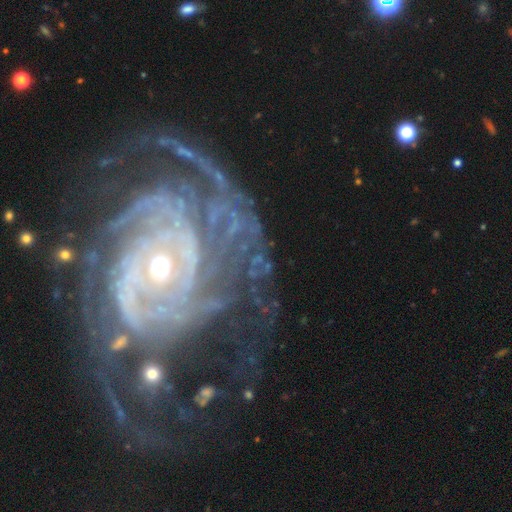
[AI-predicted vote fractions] This is clearly a featured or disk galaxy (90%). It is clearly not viewed edge-on (97%). Bar: likely no (67%). Spiral arm pattern: clearly yes (97%). Spiral arm count: marginally can't tell (24%). Spiral winding: likely tight (73%). Central bulge: possibly small (56%). Merging: possibly none (60%).